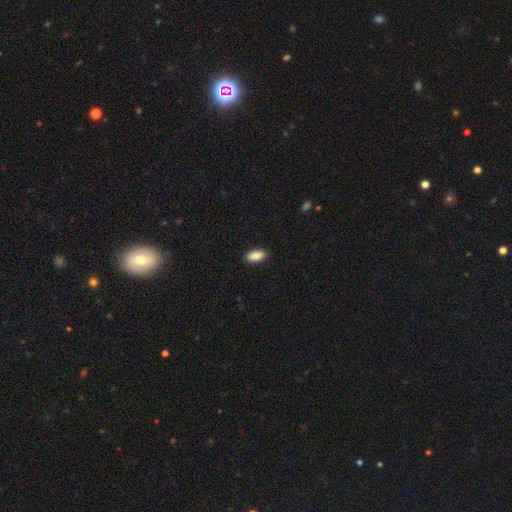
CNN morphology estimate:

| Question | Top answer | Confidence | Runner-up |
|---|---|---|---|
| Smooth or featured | smooth | 90% | star or artifact (7%) |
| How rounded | in between | 90% | cigar-shaped (7%) |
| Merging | none | 90% | minor disturbance (8%) |